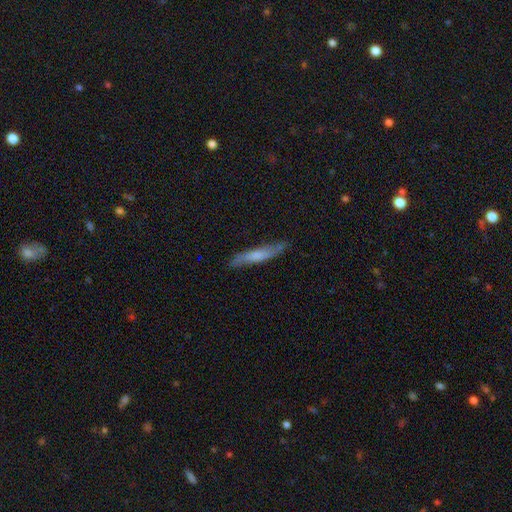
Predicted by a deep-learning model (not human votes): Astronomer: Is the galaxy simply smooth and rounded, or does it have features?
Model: smooth — 63%.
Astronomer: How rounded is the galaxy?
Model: cigar-shaped — 88%.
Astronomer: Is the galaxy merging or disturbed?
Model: none — 76%.